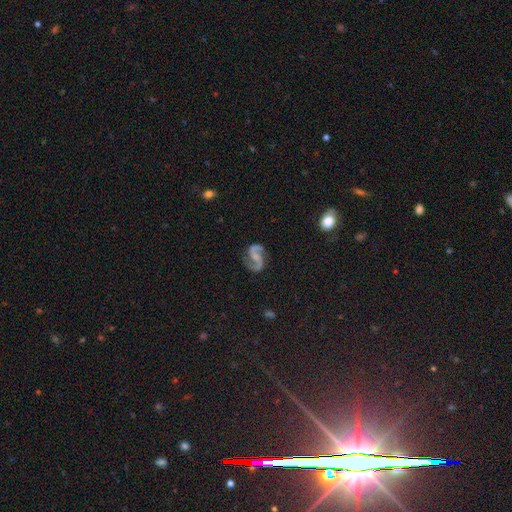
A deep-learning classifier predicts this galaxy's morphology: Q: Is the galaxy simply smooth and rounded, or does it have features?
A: featured or disk — 91%.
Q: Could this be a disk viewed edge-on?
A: no — 98%.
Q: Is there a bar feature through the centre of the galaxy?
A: no — 42%.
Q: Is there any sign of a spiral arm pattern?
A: yes — 98%.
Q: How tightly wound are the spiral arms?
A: medium — 54%.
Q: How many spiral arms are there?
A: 2 — 94%.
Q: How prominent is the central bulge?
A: none — 42%.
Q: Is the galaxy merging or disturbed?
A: none — 80%.